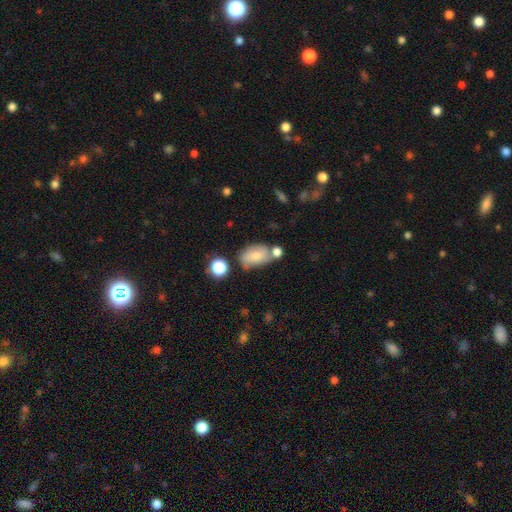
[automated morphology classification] Smooth or featured? Predicted: smooth (p=0.66). How rounded? Predicted: in between (p=0.86). Merging? Predicted: none (p=0.47).